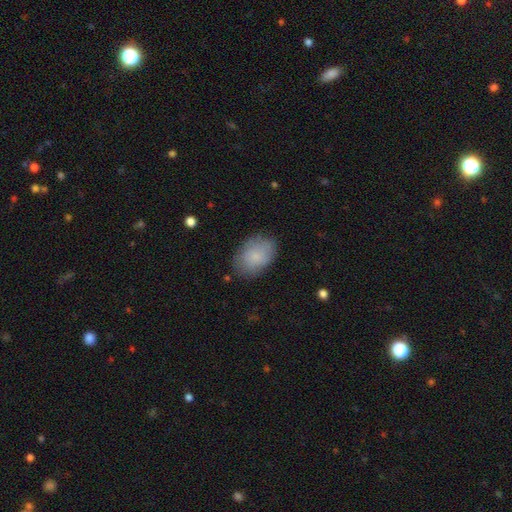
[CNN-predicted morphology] Overall: smooth (79%). How rounded: in between (83%). Merging: none (76%).